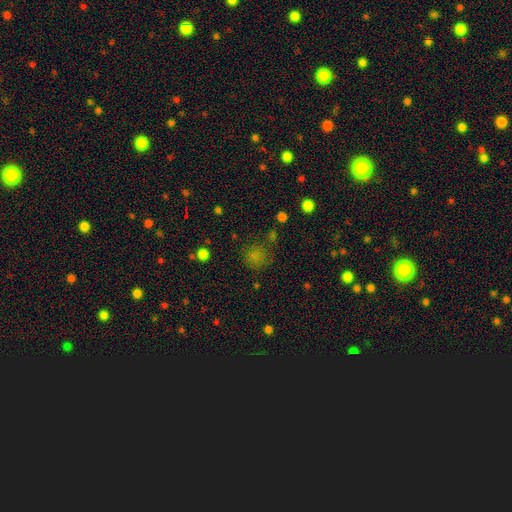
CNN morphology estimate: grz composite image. It shows a smooth galaxy with no disk features (73%) that is round (83%). Merging: none (68%).